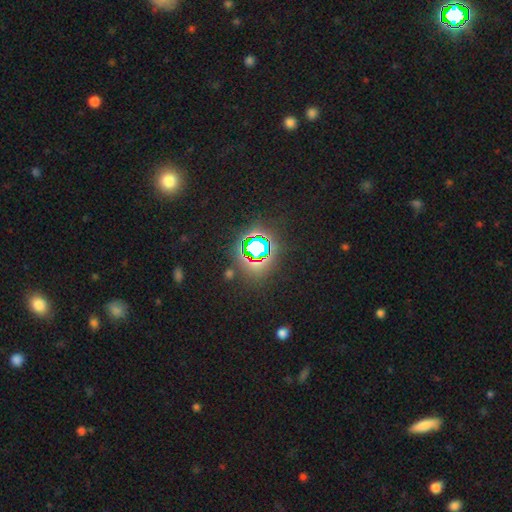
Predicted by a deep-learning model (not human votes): smooth-or-featured: star or artifact: 73% | smooth: 17% | featured or disk: 10%